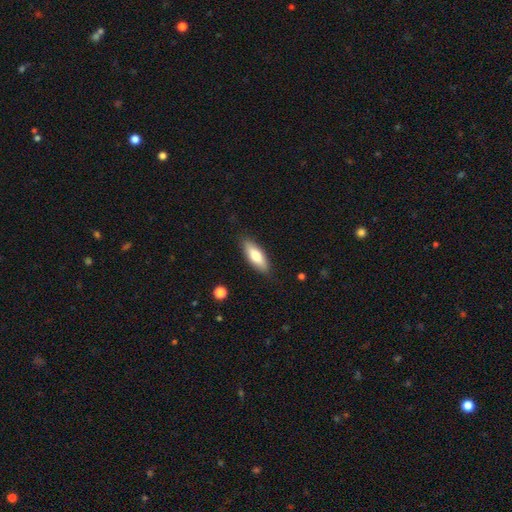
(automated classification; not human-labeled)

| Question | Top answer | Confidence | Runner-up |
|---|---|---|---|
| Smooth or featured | smooth | 74% | featured or disk (20%) |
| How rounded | in between | 66% | cigar-shaped (32%) |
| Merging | none | 85% | minor disturbance (11%) |